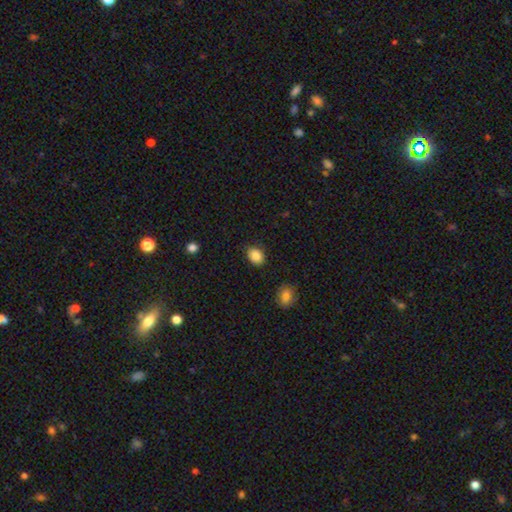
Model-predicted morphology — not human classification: Smooth or featured? Predicted: smooth (p=0.86). How rounded? Predicted: in between (p=0.63). Merging? Predicted: none (p=0.84).